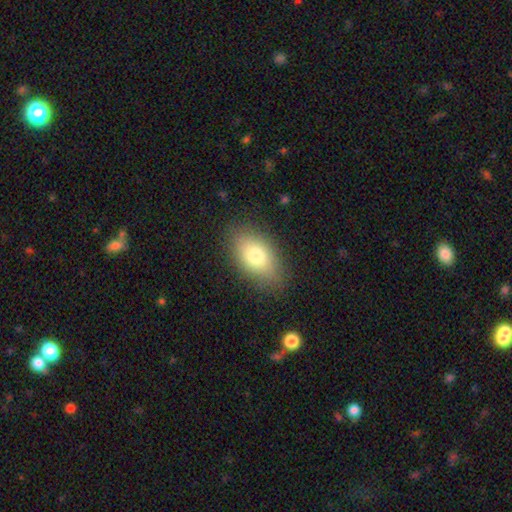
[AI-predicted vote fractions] A smooth galaxy with no disk features (79%) that is in between round and cigar-shaped (89%).

Vote fractions:
- Smooth or featured? smooth: 79% / featured or disk: 13% / star or artifact: 8%
- How rounded? in between: 89% / round: 8% / cigar-shaped: 2%
- Merging? none: 82% / minor disturbance: 13% / major disturbance: 4% / merger: 1%